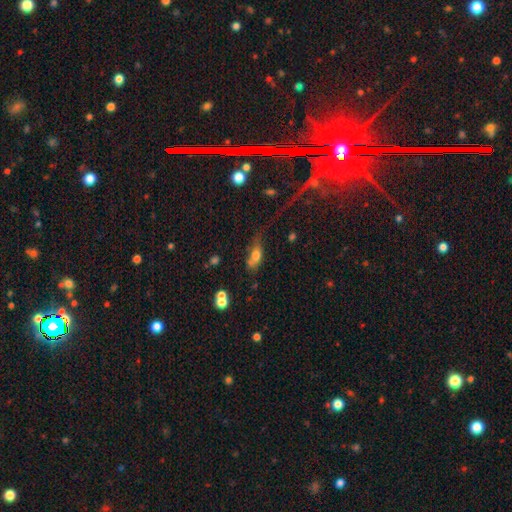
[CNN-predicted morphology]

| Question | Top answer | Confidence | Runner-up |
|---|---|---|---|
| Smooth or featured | smooth | 70% | featured or disk (19%) |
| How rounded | in between | 74% | cigar-shaped (18%) |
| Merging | none | 35% | minor disturbance (27%) |